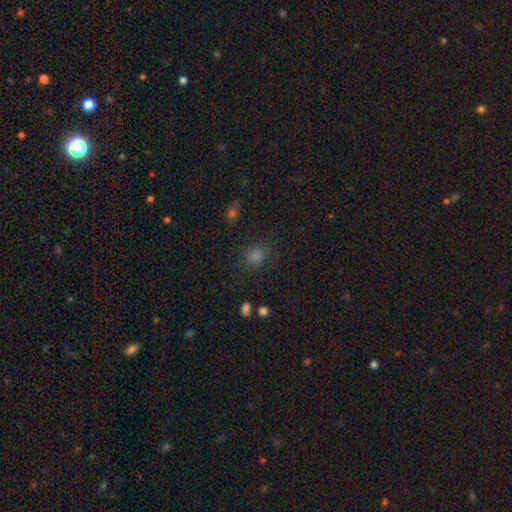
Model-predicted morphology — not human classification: Smooth or featured?
  - smooth: 70% *
  - star or artifact: 24%
  - featured or disk: 5%
How rounded?
  - round: 69% *
  - in between: 30%
  - cigar-shaped: 1%
Merging?
  - none: 82% *
  - minor disturbance: 11%
  - major disturbance: 5%
  - merger: 2%